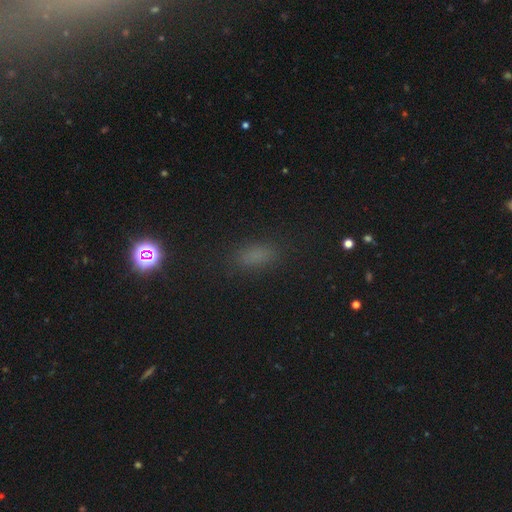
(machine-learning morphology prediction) Q: Smooth or featured?
A: smooth (74%); runner-up: star or artifact (19%)
Q: How rounded?
A: in between (75%); runner-up: cigar-shaped (17%)
Q: Merging?
A: none (84%); runner-up: minor disturbance (10%)